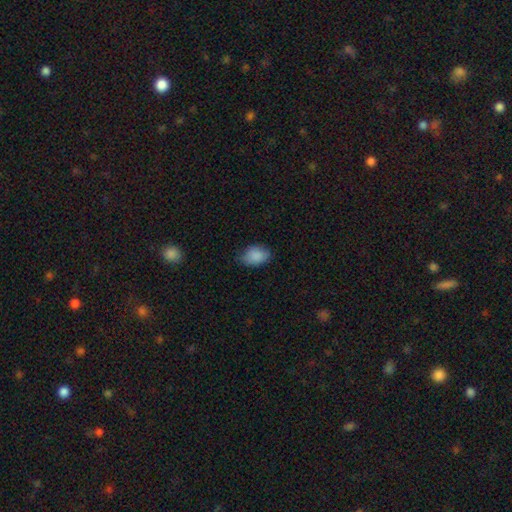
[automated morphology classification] Smooth or featured?
  - smooth: 88% *
  - star or artifact: 7%
  - featured or disk: 5%
How rounded?
  - in between: 82% *
  - round: 17%
  - cigar-shaped: 1%
Merging?
  - none: 72% *
  - minor disturbance: 23%
  - major disturbance: 4%
  - merger: 1%